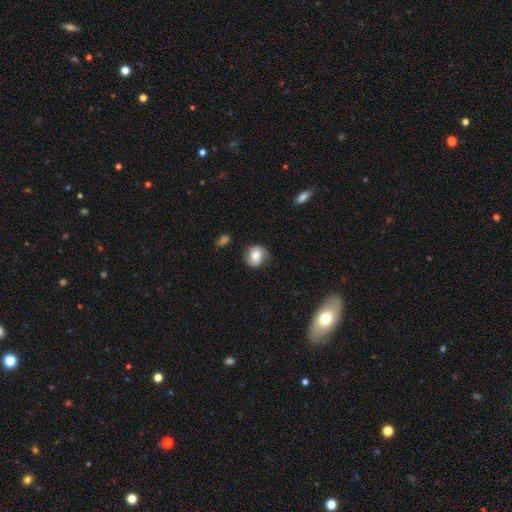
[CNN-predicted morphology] A smooth galaxy with no disk features (58%) that is round (68%). Merging: none (70%).